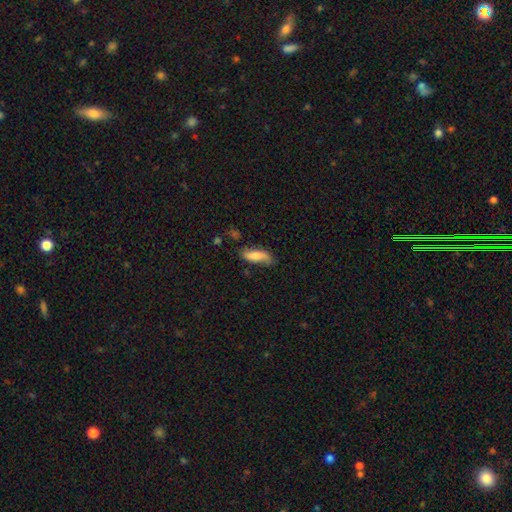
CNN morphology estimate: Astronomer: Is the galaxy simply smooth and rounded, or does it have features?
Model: smooth — 68%.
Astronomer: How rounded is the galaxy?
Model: in between — 63%.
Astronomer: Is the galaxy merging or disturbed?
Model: none — 60%.